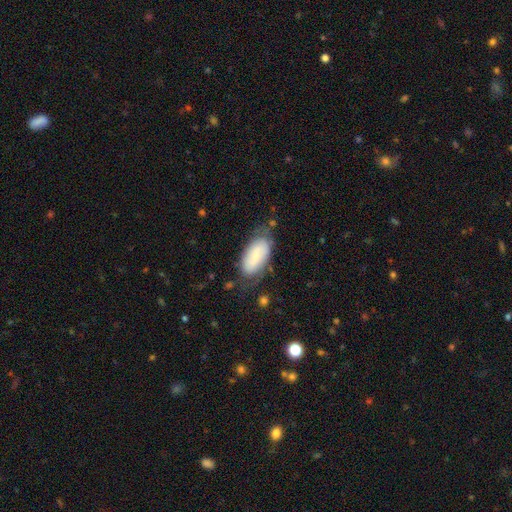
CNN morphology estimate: This appears to be a smooth galaxy with no disk features (69%) that is in between round and cigar-shaped (93%). Merging: none (63%).